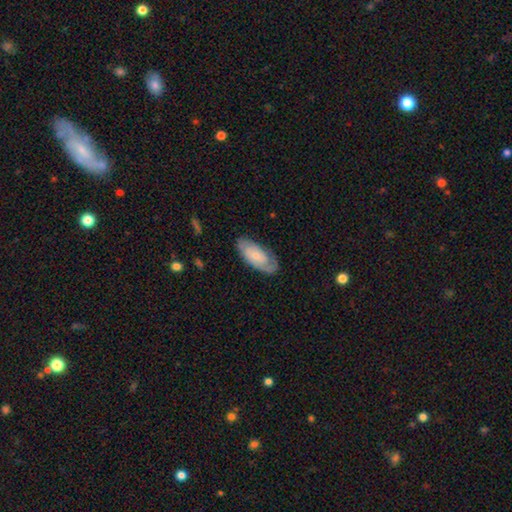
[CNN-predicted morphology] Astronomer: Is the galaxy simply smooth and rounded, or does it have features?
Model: featured or disk — 56% (runner-up: smooth, 38%).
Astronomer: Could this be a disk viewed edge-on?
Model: no — 91%.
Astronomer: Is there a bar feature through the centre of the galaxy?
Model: no — 72%.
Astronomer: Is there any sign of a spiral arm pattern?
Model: yes — 82%.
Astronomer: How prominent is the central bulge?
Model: small — 68%.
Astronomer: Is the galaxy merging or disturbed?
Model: none — 73%.